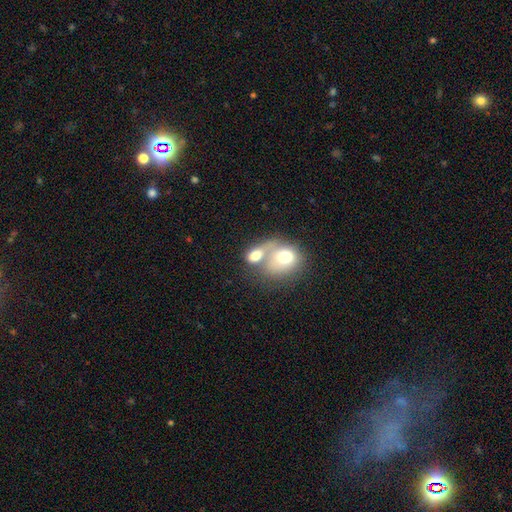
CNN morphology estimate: type=smooth (71%); roundness=in between (58%); merging=merger (65%).